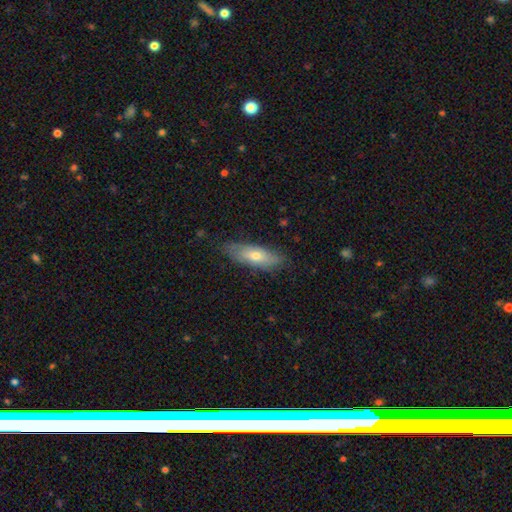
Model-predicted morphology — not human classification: A smooth galaxy with no disk features (61%) that is in between round and cigar-shaped (55%).

Vote fractions:
- Smooth or featured? smooth: 61% / featured or disk: 32% / star or artifact: 7%
- How rounded? in between: 55% / cigar-shaped: 43% / round: 3%
- Merging? none: 78% / minor disturbance: 18% / major disturbance: 3% / merger: 1%